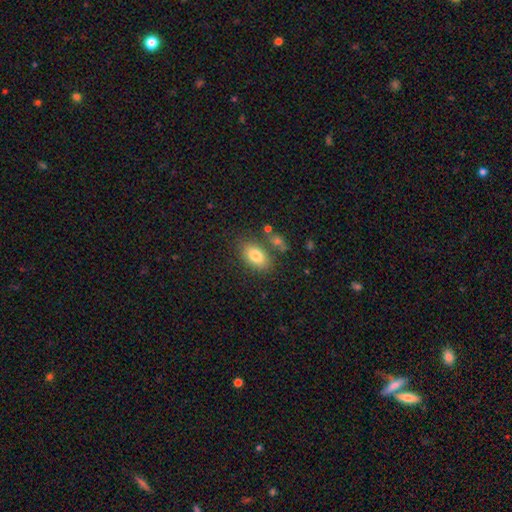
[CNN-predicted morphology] The model was most divided on "merging": none: 73%, minor disturbance: 14%, merger: 9%, major disturbance: 4%. More confident: how rounded — in between (90%); smooth or featured — smooth (81%).